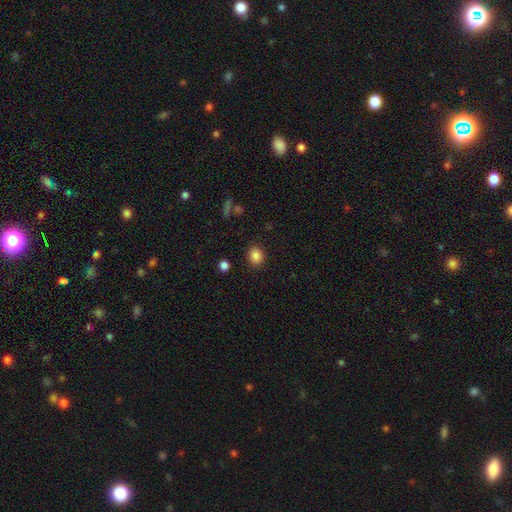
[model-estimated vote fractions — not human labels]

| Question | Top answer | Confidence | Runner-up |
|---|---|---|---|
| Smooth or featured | smooth | 86% | star or artifact (10%) |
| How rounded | round | 70% | in between (30%) |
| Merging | none | 87% | minor disturbance (8%) |